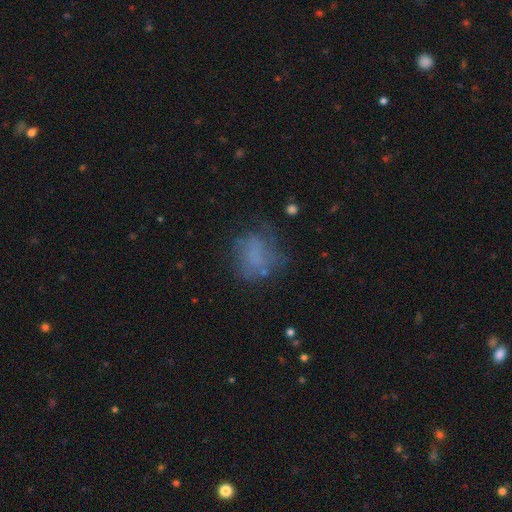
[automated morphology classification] smooth 54%, featured or disk 29%, star or artifact 16%. Down the decision tree: how rounded — round (52%); merging — none (48%).